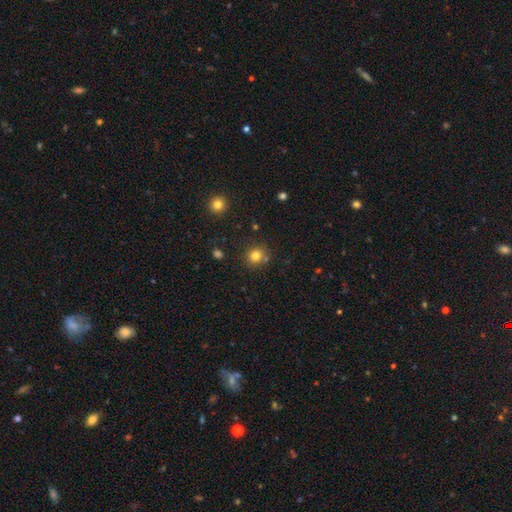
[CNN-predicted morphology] type=smooth (79%); roundness=round (84%); merging=none (79%).